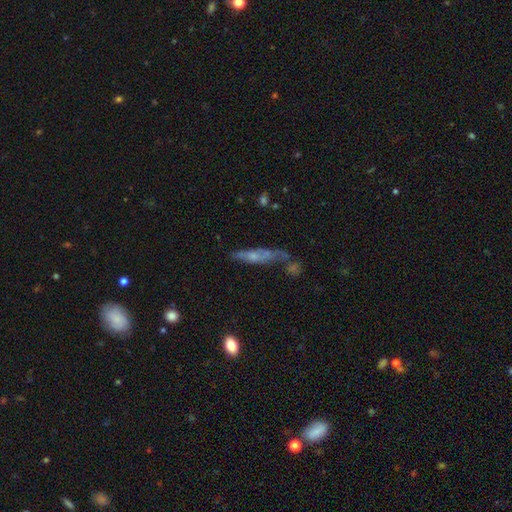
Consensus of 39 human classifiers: Volunteers were most divided on "smooth or featured": smooth: 49%, featured or disk: 46%, star or artifact: 5%. More confident: how rounded — cigar-shaped (68%); merging — none (54%).